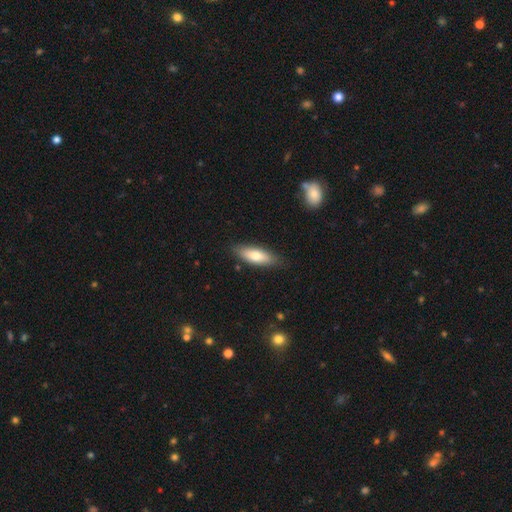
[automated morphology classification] Smooth or featured? Predicted: smooth (p=0.73). How rounded? Predicted: in between (p=0.63). Merging? Predicted: none (p=0.84).